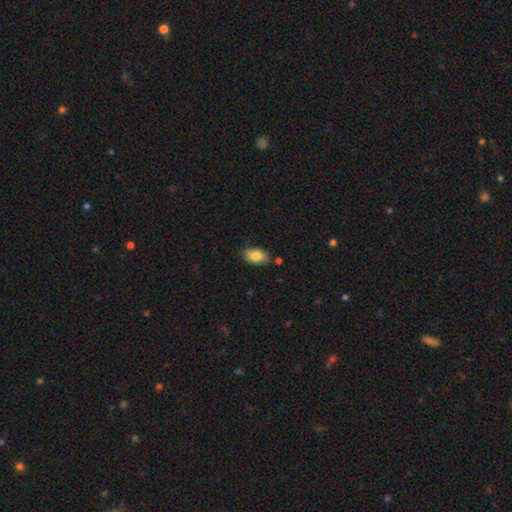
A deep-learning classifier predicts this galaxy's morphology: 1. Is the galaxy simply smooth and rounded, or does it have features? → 86% smooth, 8% featured or disk, 7% star or artifact.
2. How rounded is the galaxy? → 94% in between, 4% round, 2% cigar-shaped.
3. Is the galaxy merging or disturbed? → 79% none, 15% minor disturbance, 3% merger, 3% major disturbance.